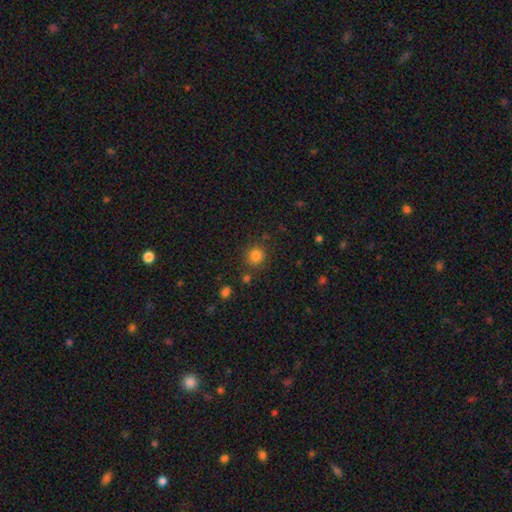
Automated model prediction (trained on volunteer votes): The model was most divided on "smooth or featured": smooth: 82%, star or artifact: 13%, featured or disk: 5%. More confident: how rounded — round (89%); merging — none (82%).